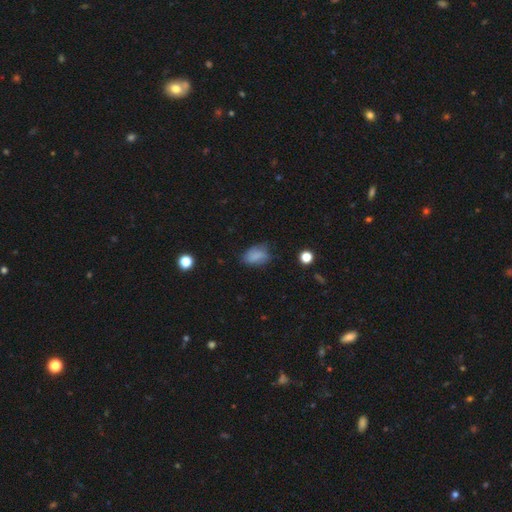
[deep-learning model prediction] Q: Smooth or featured?
A: smooth (80%); runner-up: star or artifact (10%)
Q: How rounded?
A: in between (84%); runner-up: round (14%)
Q: Merging?
A: none (61%); runner-up: minor disturbance (29%)